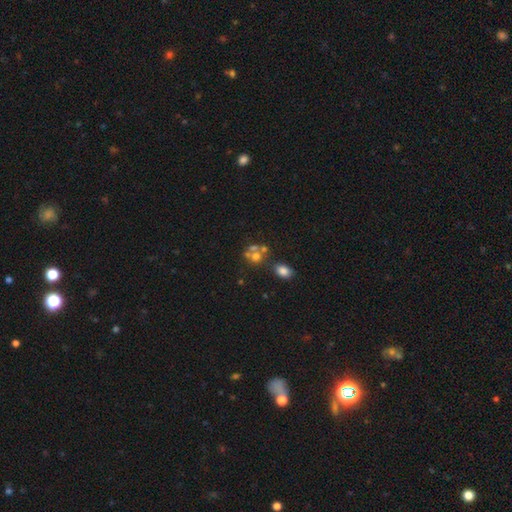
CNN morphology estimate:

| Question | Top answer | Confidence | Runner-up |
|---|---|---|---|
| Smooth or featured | smooth | 59% | featured or disk (24%) |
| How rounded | round | 67% | in between (32%) |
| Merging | merger | 44% | none (40%) |